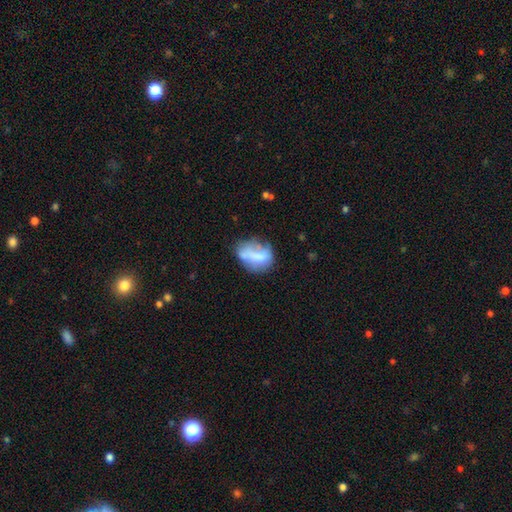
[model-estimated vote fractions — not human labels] Morphology: type=smooth (58%); roundness=in between (68%); merging=none (37%).